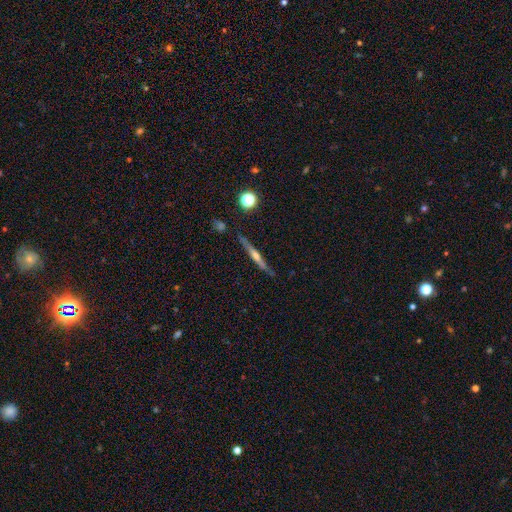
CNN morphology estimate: The model was most divided on "smooth or featured": featured or disk: 63%, smooth: 28%, star or artifact: 8%. More confident: edge-on disk — yes (96%); merging — none (82%); edge-on bulge — rounded (67%).